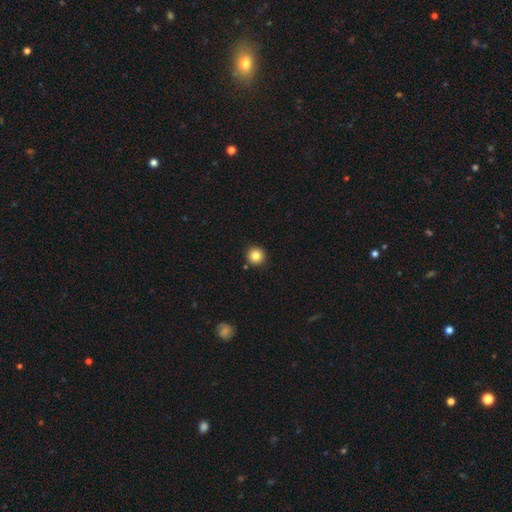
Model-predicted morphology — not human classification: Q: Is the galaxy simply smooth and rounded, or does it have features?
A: smooth — 85%.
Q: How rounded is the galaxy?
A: round — 95%.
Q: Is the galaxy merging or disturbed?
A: none — 90%.